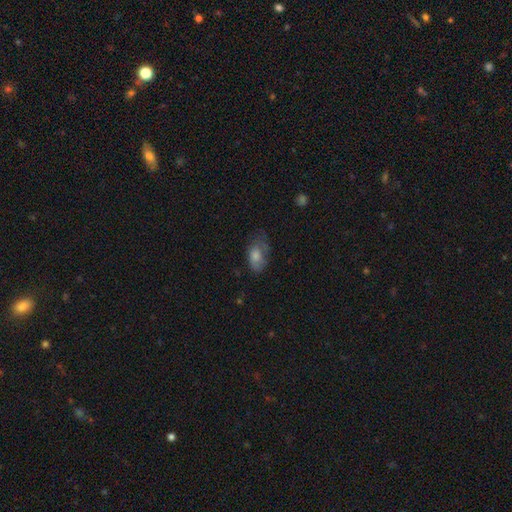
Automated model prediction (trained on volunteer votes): The model was most divided on "merging": none: 49%, minor disturbance: 32%, major disturbance: 17%, merger: 2%. More confident: how rounded — in between (88%); smooth or featured — smooth (66%).